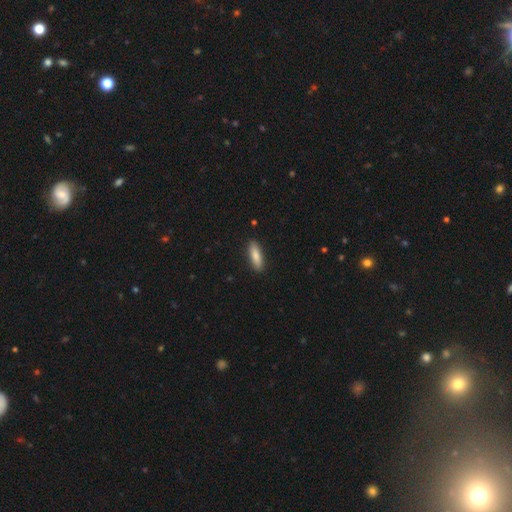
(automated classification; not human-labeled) smooth 84%, featured or disk 11%, star or artifact 6%. Down the decision tree: how rounded — cigar-shaped (50%); merging — none (89%).